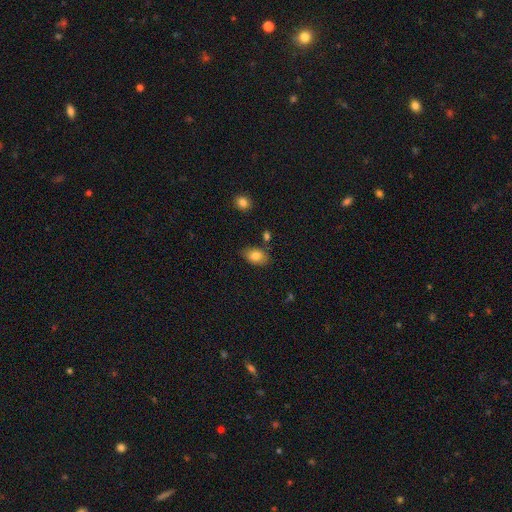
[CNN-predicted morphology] Smooth or featured? smooth (82%)
How rounded? in between (85%)
Merging? none (77%)